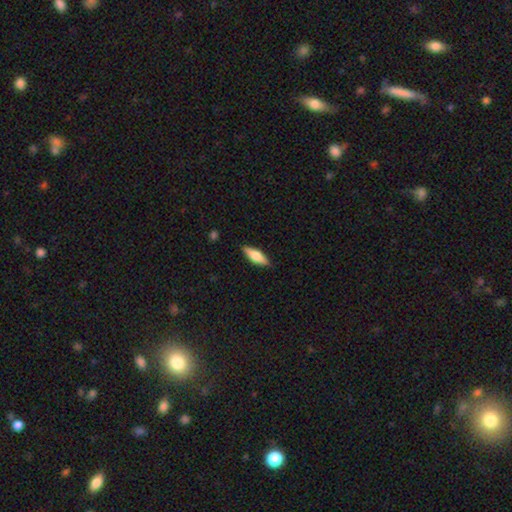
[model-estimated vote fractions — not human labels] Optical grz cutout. It shows a smooth galaxy with no disk features (61%) that is in between round and cigar-shaped (56%). Merging: none (86%).